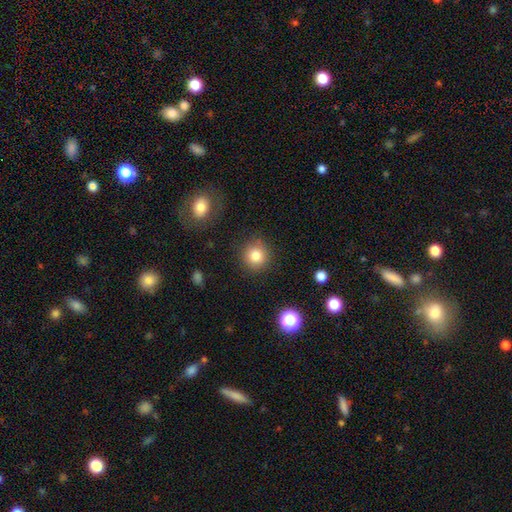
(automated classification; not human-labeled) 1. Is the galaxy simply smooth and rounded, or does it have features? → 83% smooth, 11% star or artifact, 6% featured or disk.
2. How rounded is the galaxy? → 92% round, 7% in between, 1% cigar-shaped.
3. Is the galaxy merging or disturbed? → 87% none, 8% minor disturbance, 3% major disturbance, 2% merger.